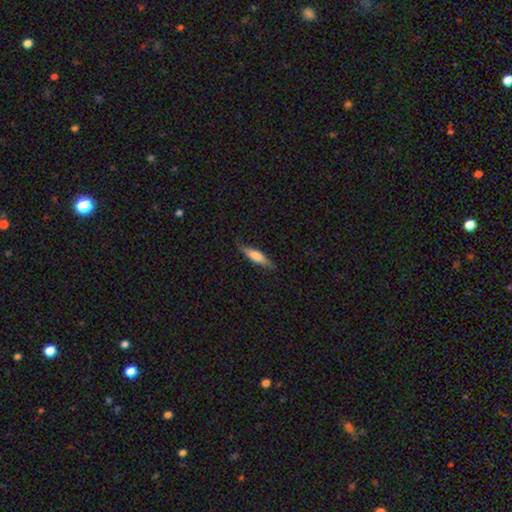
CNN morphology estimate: smooth_or_featured: smooth (p=0.66) [alt: featured or disk p=0.28]
how_rounded: cigar-shaped (p=0.75) [alt: in between p=0.24]
merging: none (p=0.81) [alt: minor disturbance p=0.15]